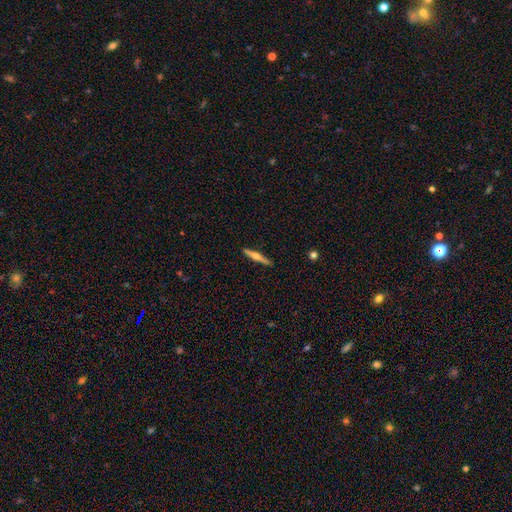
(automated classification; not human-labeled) A featured or disk galaxy (62%) viewed edge-on (98%) with a rounded central bulge (85%). Merging: none (90%).